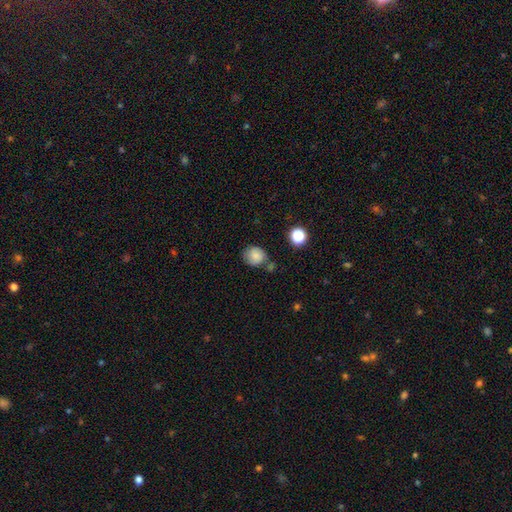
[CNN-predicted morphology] A smooth galaxy with no disk features (81%) that is round (76%). Merging: none (65%).